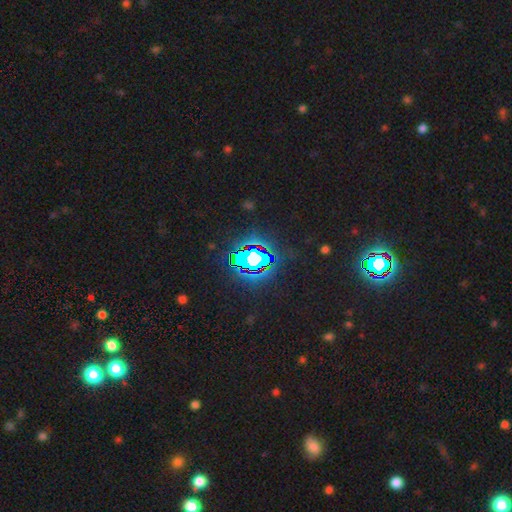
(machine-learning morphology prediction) type=star or artifact (74%).